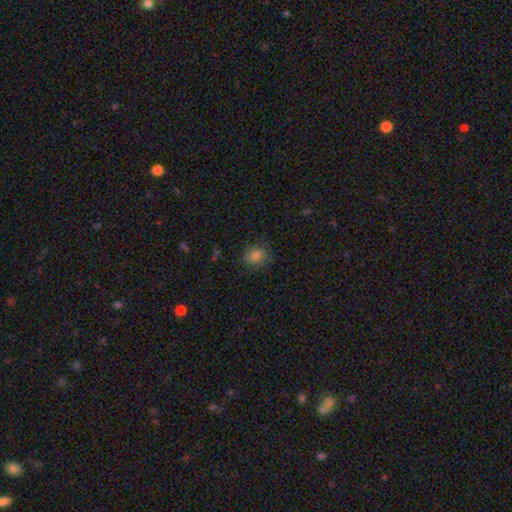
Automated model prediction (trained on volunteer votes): This appears to be a smooth galaxy with no disk features (80%) that is round (69%). Merging: none (79%).